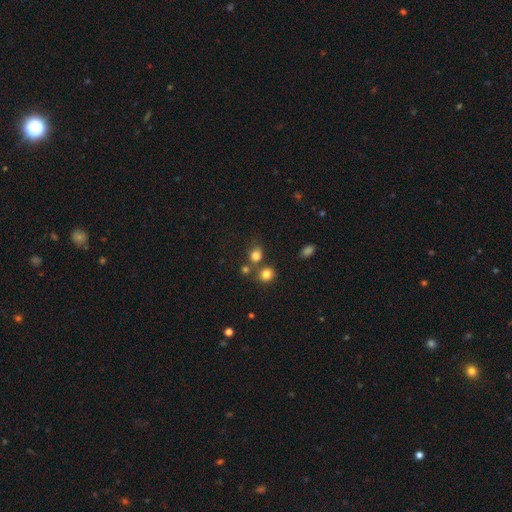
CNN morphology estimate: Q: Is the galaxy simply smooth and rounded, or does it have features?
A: smooth — 80%.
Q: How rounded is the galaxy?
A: round — 63%.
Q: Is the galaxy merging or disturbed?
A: none — 59%.